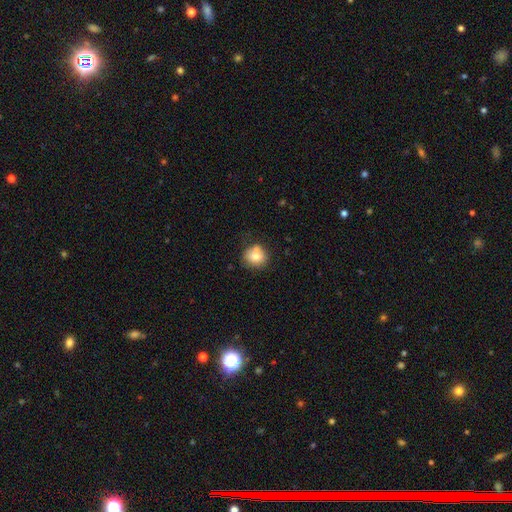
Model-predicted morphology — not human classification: Q: Smooth or featured?
A: smooth (76%); runner-up: featured or disk (15%)
Q: How rounded?
A: round (82%); runner-up: in between (17%)
Q: Merging?
A: none (62%); runner-up: minor disturbance (21%)